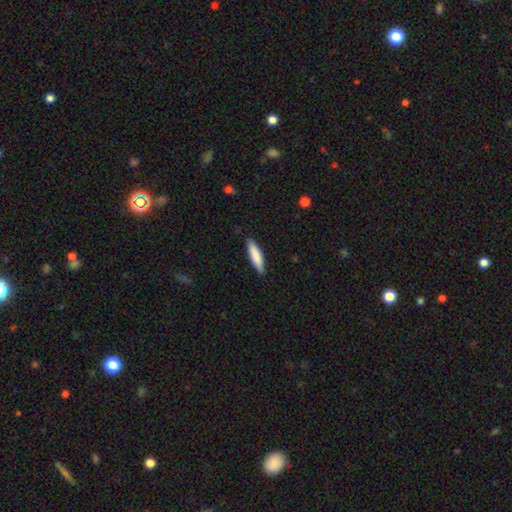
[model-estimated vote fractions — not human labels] The model was most divided on "how rounded": cigar-shaped: 67%, in between: 32%, round: 1%. More confident: merging — none (87%); smooth or featured — smooth (84%).